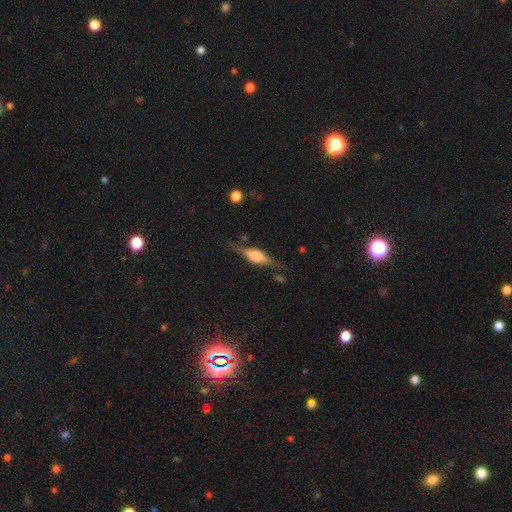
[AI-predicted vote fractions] A featured or disk galaxy (73%) viewed edge-on (96%) with a rounded central bulge (82%). Merging: none (79%).